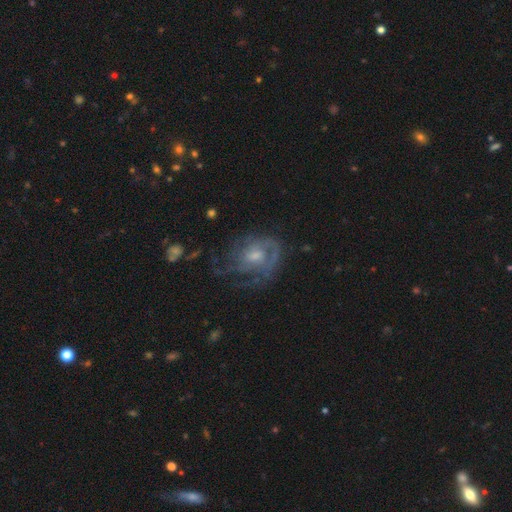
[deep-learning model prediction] featured or disk 74%, smooth 18%, star or artifact 8%. Down the decision tree: edge-on disk — no (97%); bar — no (63%); spiral arms — yes (80%); spiral arm count — can't tell (46%); spiral winding — tight (45%); bulge size — moderate (49%); merging — none (48%).